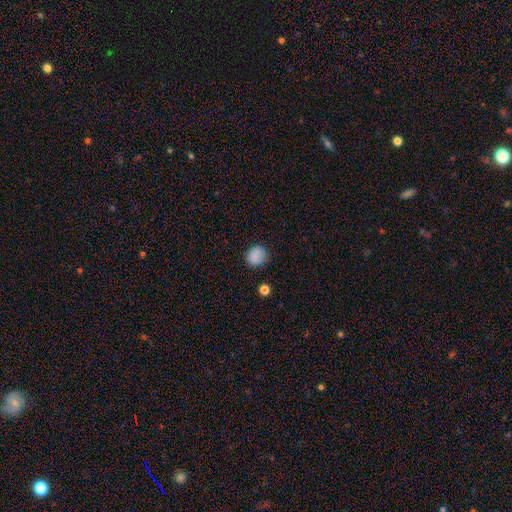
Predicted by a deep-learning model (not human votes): Smooth or featured? smooth (86%)
How rounded? round (82%)
Merging? none (85%)